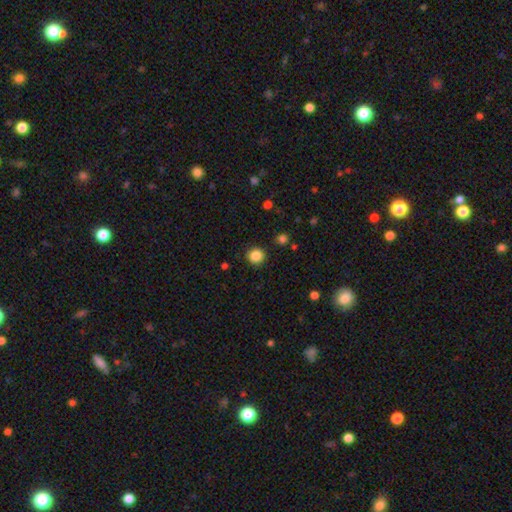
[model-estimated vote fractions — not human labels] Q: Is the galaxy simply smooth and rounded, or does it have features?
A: smooth — 86%.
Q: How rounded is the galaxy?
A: round — 94%.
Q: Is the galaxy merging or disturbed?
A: none — 91%.